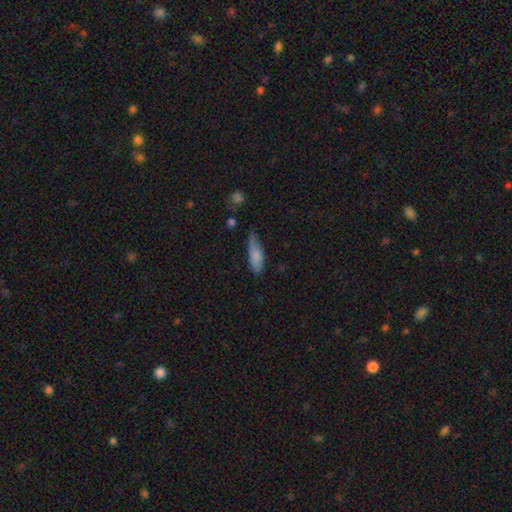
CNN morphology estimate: A smooth galaxy with no disk features (79%) that is in between round and cigar-shaped (56%). Merging: none (47%).